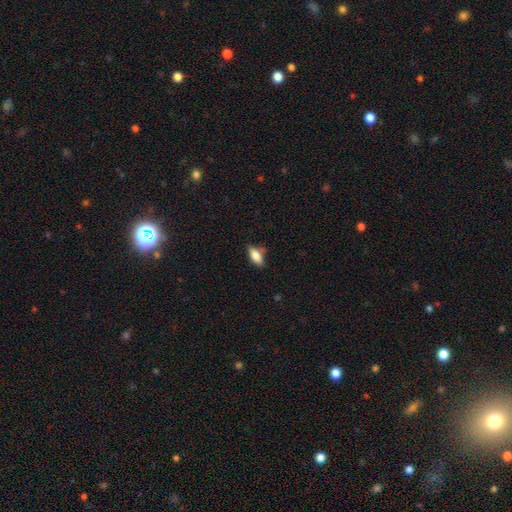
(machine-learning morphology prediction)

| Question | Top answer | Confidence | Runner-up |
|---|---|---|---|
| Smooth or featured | smooth | 80% | featured or disk (13%) |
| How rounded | in between | 82% | cigar-shaped (15%) |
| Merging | none | 71% | minor disturbance (20%) |